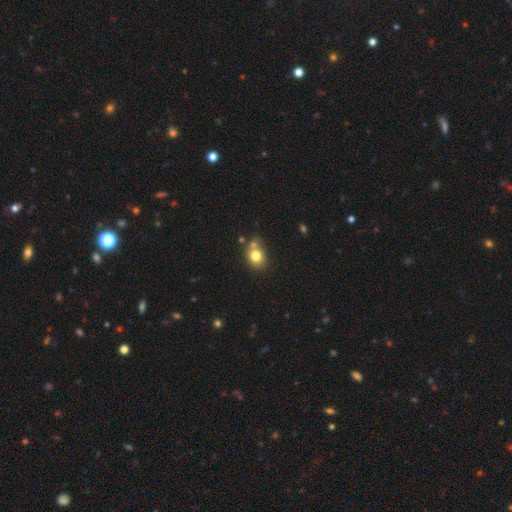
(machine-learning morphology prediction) This appears to be a smooth galaxy with no disk features (78%) that is round (66%). Merging: none (54%).